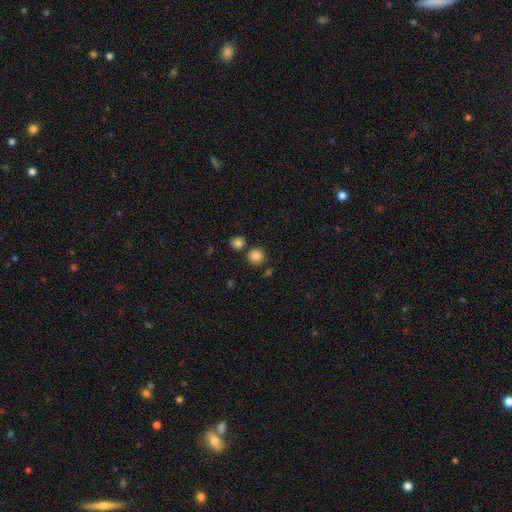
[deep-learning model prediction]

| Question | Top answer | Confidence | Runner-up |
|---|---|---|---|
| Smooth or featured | smooth | 84% | star or artifact (11%) |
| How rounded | round | 92% | in between (7%) |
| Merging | none | 78% | merger (12%) |